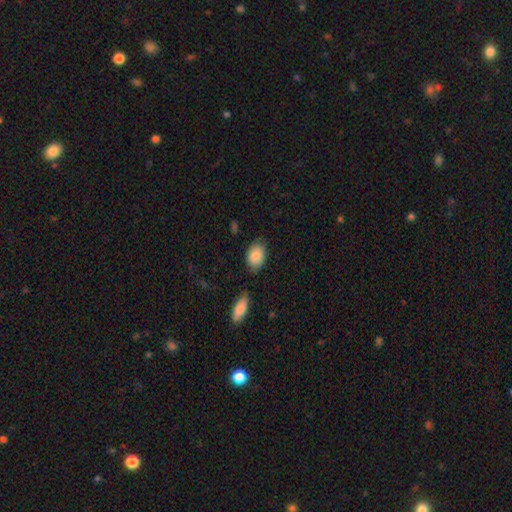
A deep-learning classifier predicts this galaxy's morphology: Smooth or featured: smooth — 86% (featured or disk — 8%)
How rounded: in between — 82% (round — 17%)
Merging: none — 71% (minor disturbance — 21%)